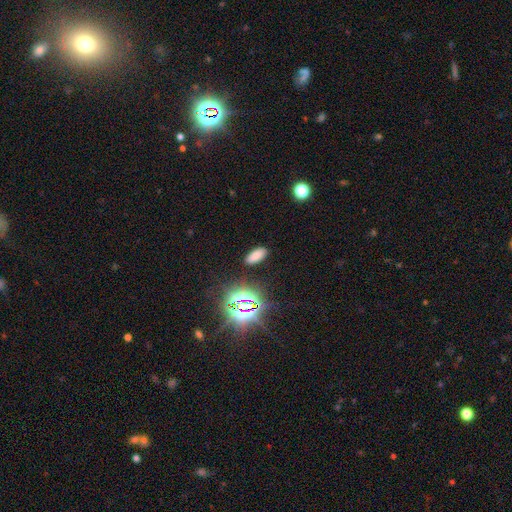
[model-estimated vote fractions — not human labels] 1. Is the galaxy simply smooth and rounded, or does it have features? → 71% smooth, 24% star or artifact, 5% featured or disk.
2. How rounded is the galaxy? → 84% in between, 13% cigar-shaped, 3% round.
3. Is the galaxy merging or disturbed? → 88% none, 8% minor disturbance, 3% major disturbance, 1% merger.